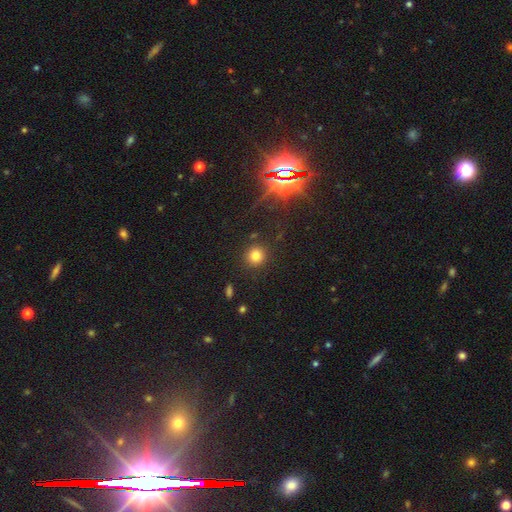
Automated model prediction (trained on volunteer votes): smooth 77%, star or artifact 17%, featured or disk 6%. Down the decision tree: how rounded — round (92%); merging — none (87%).